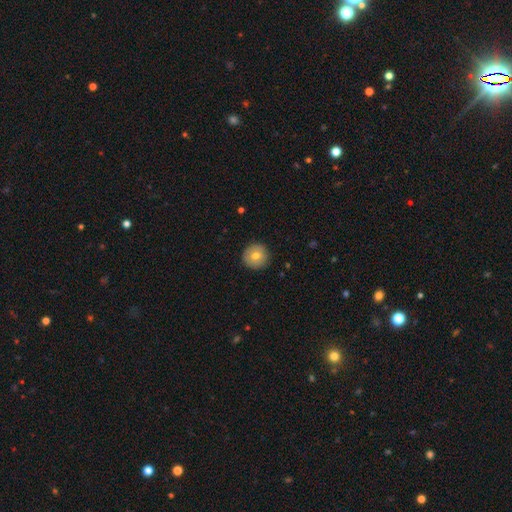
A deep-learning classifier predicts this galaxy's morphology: Smooth or featured? Predicted: smooth (p=0.75). How rounded? Predicted: round (p=0.95). Merging? Predicted: none (p=0.91).